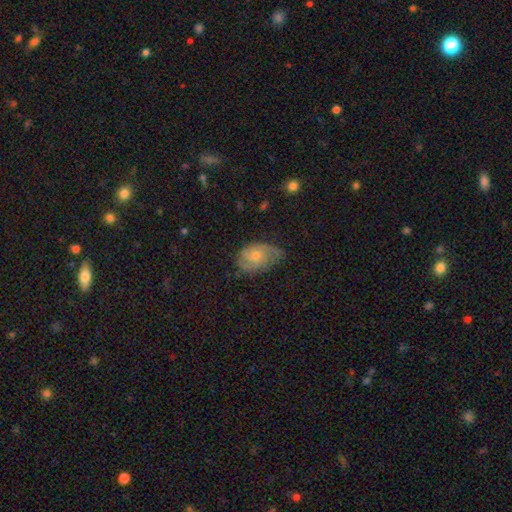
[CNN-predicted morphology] Q: Smooth or featured?
A: featured or disk (48%); runner-up: smooth (43%)
Q: Merging?
A: none (51%); runner-up: minor disturbance (35%)